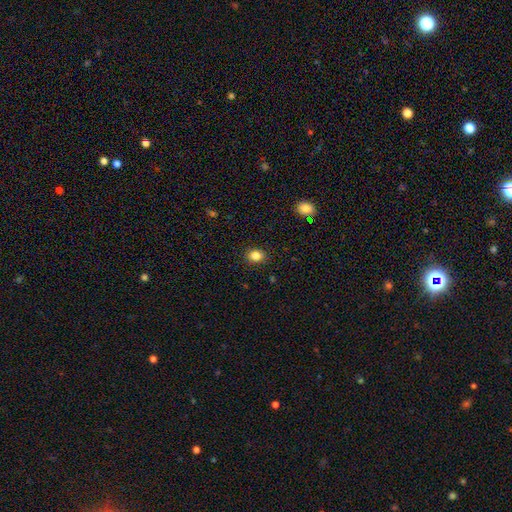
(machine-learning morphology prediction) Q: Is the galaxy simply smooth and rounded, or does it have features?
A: smooth — 84%.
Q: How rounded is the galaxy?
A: round — 59%.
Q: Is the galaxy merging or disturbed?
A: none — 90%.